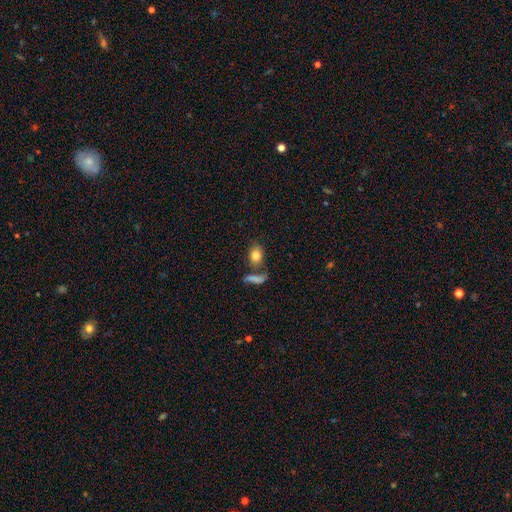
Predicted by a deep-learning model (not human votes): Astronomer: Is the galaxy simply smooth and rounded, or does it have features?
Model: smooth — 81%.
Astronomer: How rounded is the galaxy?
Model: in between — 67%.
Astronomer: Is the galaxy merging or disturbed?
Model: none — 63%.